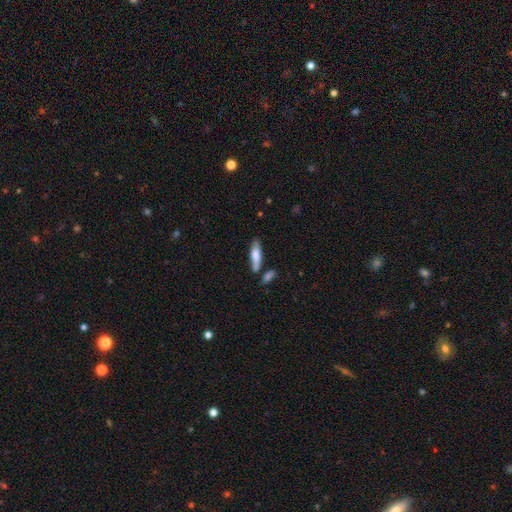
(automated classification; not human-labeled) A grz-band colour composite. It shows a smooth galaxy with no disk features (68%) that is cigar-shaped (58%). Merging: none (67%).